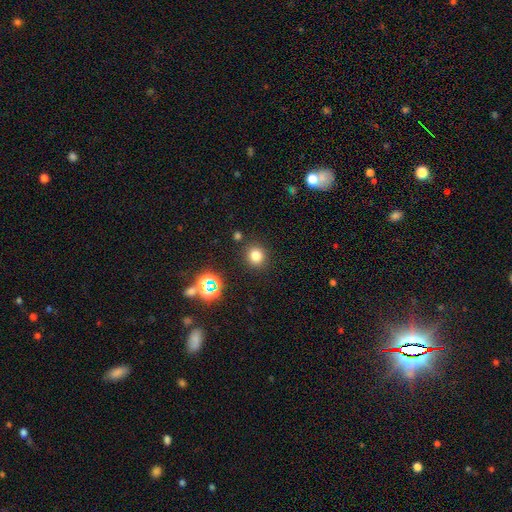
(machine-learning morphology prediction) Smooth or featured? Predicted: smooth (p=0.77). How rounded? Predicted: round (p=0.89). Merging? Predicted: none (p=0.88).